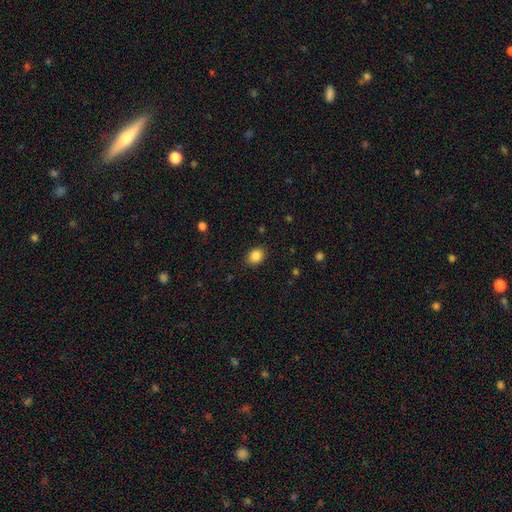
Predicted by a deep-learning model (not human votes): Morphology: type=smooth (87%); roundness=in between (51%); merging=none (87%).